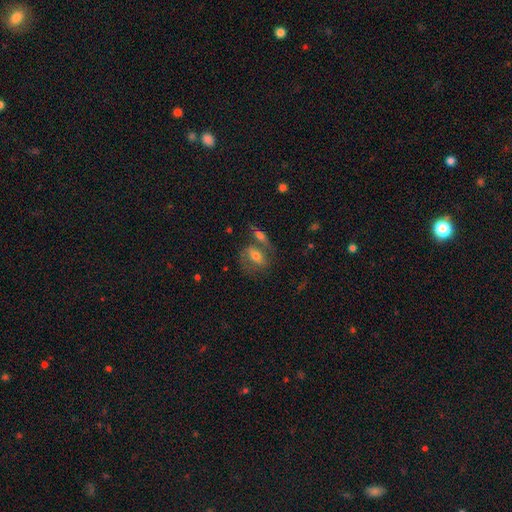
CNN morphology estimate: Q: Smooth or featured?
A: smooth (48%); runner-up: featured or disk (43%)
Q: Merging?
A: none (41%); runner-up: merger (36%)